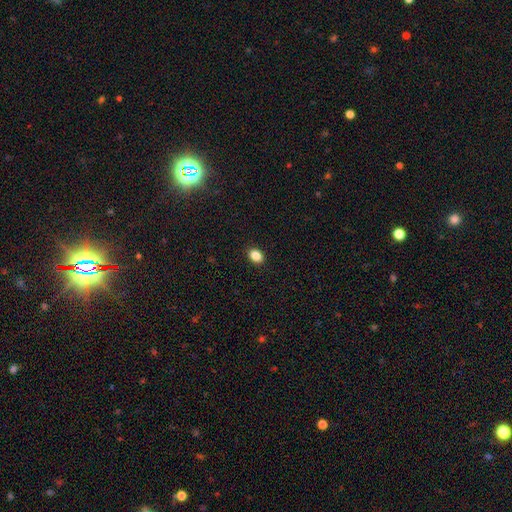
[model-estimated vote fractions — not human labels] Q: Smooth or featured?
A: smooth (86%); runner-up: star or artifact (9%)
Q: How rounded?
A: in between (80%); runner-up: round (19%)
Q: Merging?
A: none (90%); runner-up: minor disturbance (7%)